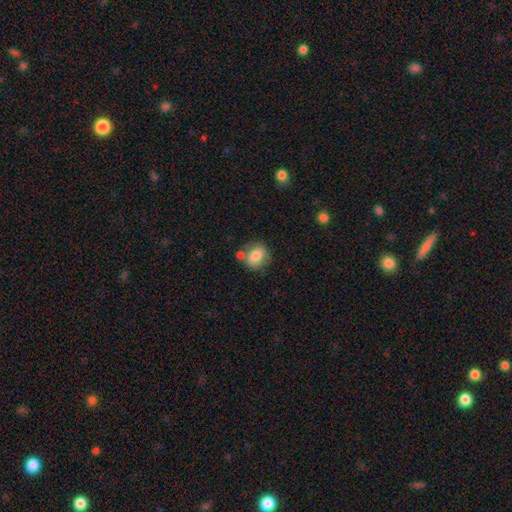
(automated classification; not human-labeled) smooth-or-featured: smooth: 78% | featured or disk: 14% | star or artifact: 8%
  how-rounded: round: 56% | in between: 43% | cigar-shaped: 1%
  merging: none: 60% | merger: 17% | minor disturbance: 17% | major disturbance: 5%